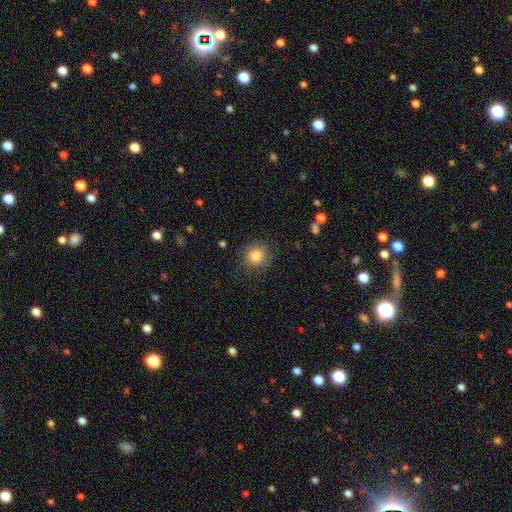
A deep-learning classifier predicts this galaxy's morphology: A smooth galaxy with no disk features (83%) that is round (91%). Merging: none (79%).